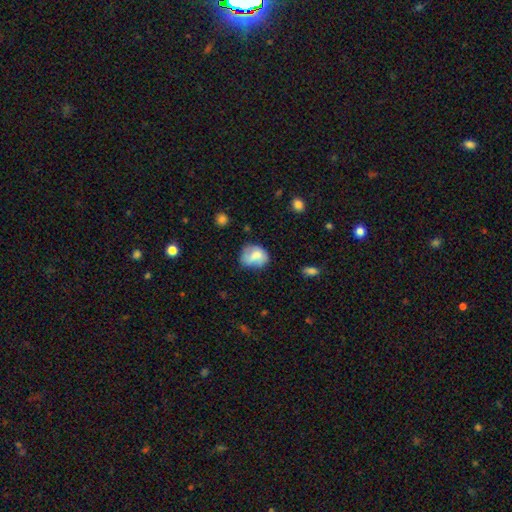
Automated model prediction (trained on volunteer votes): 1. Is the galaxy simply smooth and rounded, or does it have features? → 67% smooth, 24% featured or disk, 8% star or artifact.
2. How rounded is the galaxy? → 51% in between, 48% round, 1% cigar-shaped.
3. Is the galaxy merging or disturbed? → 46% none, 33% minor disturbance, 16% major disturbance, 5% merger.